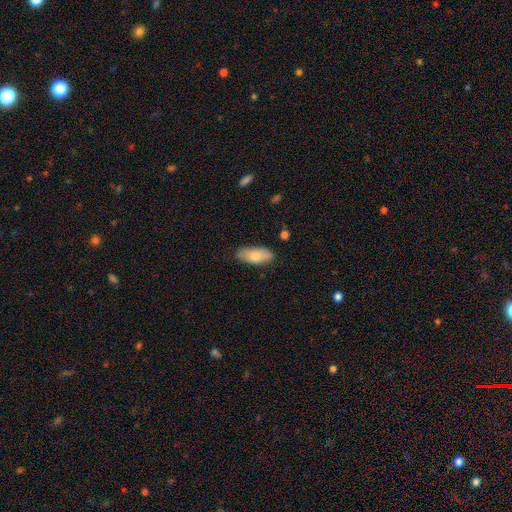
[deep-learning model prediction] Overall: smooth (76%). How rounded: in between (84%). Merging: none (84%).